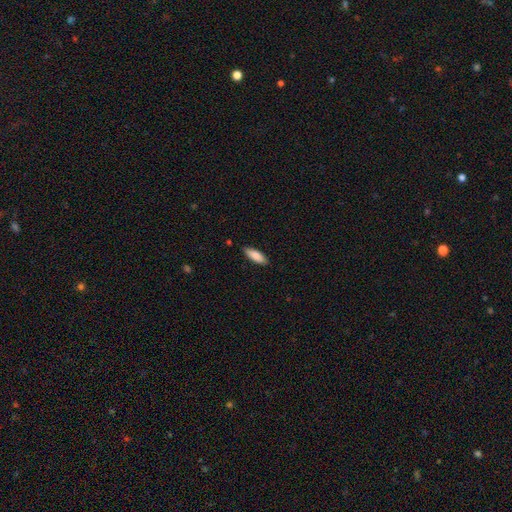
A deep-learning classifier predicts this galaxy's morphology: Smooth or featured? smooth (85%)
How rounded? in between (61%)
Merging? none (85%)